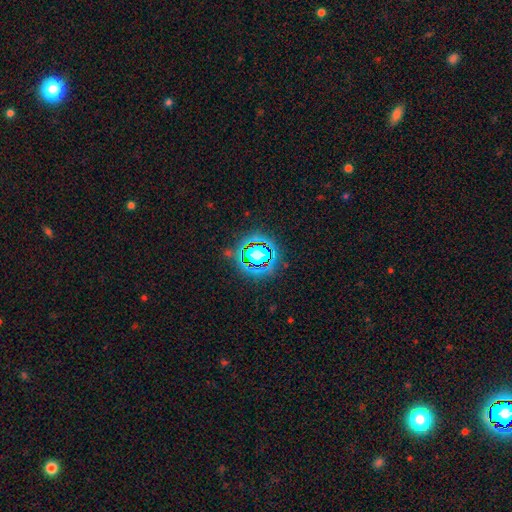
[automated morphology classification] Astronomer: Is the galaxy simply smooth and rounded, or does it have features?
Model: star or artifact — 79%.